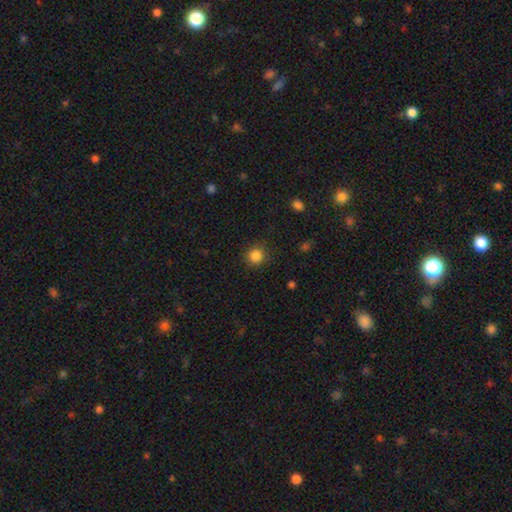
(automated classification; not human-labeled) The model was most divided on "smooth or featured": smooth: 85%, star or artifact: 12%, featured or disk: 3%. More confident: how rounded — round (90%); merging — none (87%).